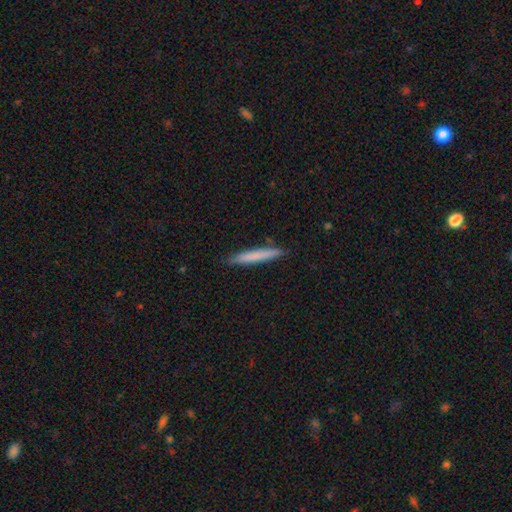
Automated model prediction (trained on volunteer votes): Morphology: type=smooth (75%); roundness=cigar-shaped (95%); merging=none (88%).